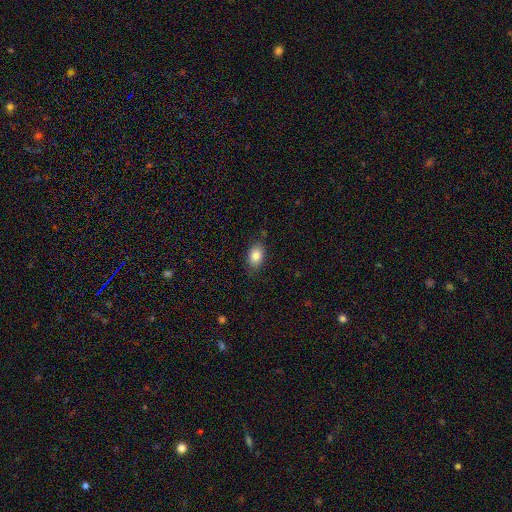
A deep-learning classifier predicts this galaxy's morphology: type=smooth (84%); roundness=in between (83%); merging=none (79%).